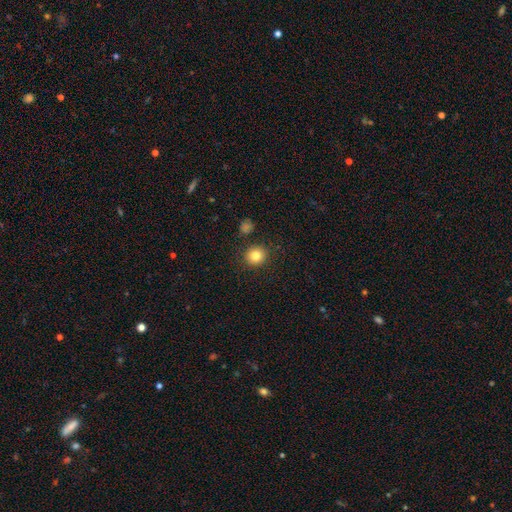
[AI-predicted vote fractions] This is clearly a smooth galaxy (83%). How rounded: clearly round (89%). Merging: clearly none (89%).